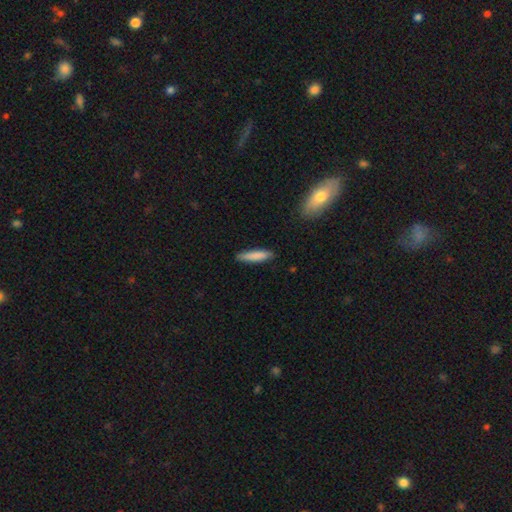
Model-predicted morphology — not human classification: A smooth galaxy with no disk features (83%) that is cigar-shaped (82%). Merging: none (85%).